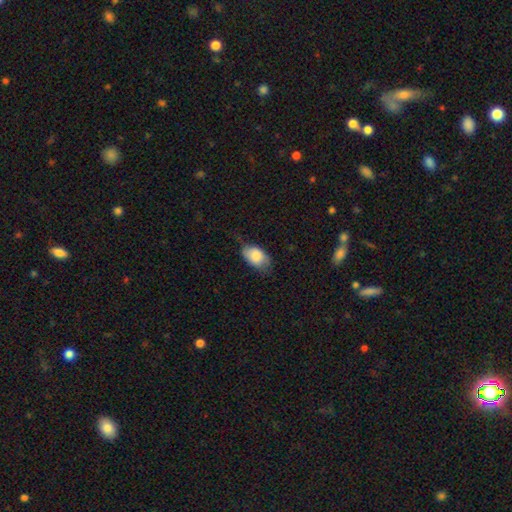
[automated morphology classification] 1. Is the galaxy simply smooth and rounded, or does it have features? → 83% smooth, 11% featured or disk, 7% star or artifact.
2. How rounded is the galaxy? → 90% in between, 8% round, 2% cigar-shaped.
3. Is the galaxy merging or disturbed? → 58% none, 33% minor disturbance, 9% major disturbance, 1% merger.